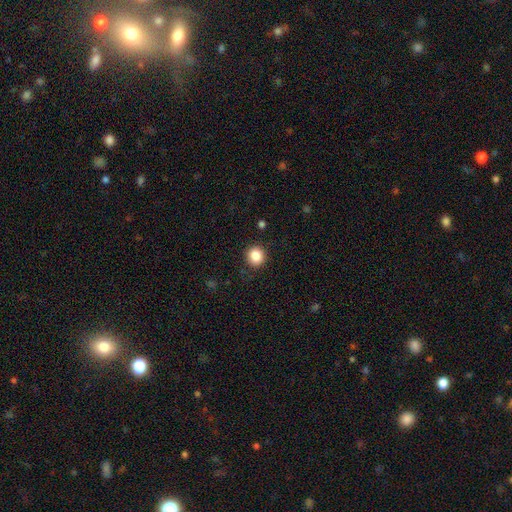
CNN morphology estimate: Smooth or featured? Predicted: smooth (p=0.86). How rounded? Predicted: round (p=0.89). Merging? Predicted: none (p=0.88).